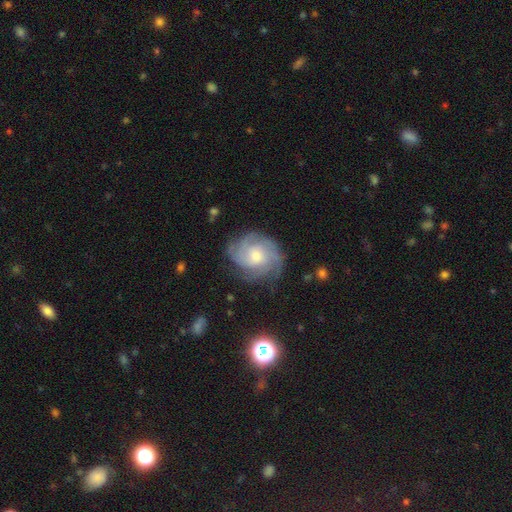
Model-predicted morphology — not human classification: Q: Smooth or featured?
A: featured or disk (82%); runner-up: smooth (11%)
Q: Edge-on disk?
A: no (98%); runner-up: yes (2%)
Q: Bar?
A: no (71%); runner-up: weak (26%)
Q: Spiral arms?
A: yes (97%); runner-up: no (3%)
Q: Spiral winding?
A: tight (57%); runner-up: medium (35%)
Q: Spiral arm count?
A: 4 (29%); runner-up: 3 (25%)
Q: Bulge size?
A: moderate (55%); runner-up: small (37%)
Q: Merging?
A: none (77%); runner-up: minor disturbance (16%)